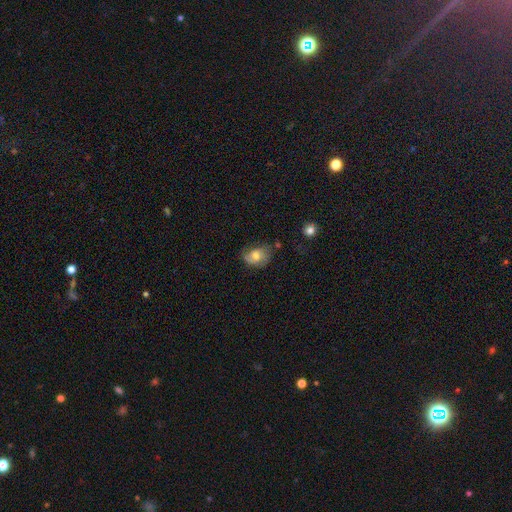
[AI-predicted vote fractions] A smooth galaxy with no disk features (57%) that is in between round and cigar-shaped (68%).

Vote fractions:
- Smooth or featured? smooth: 57% / featured or disk: 34% / star or artifact: 9%
- How rounded? in between: 68% / round: 31% / cigar-shaped: 1%
- Merging? none: 54% / minor disturbance: 31% / major disturbance: 11% / merger: 3%